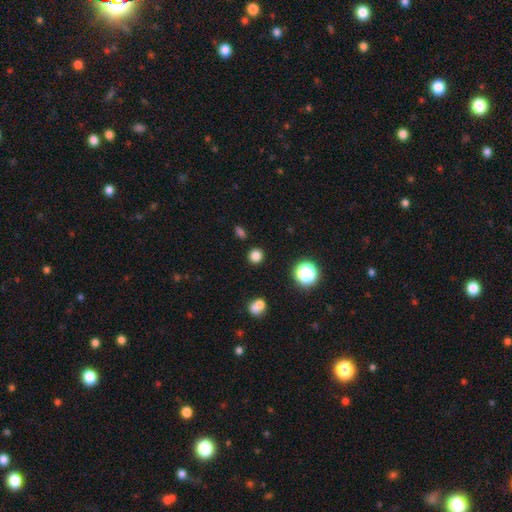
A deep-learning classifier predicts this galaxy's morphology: Smooth or featured? smooth (80%)
How rounded? round (92%)
Merging? none (89%)